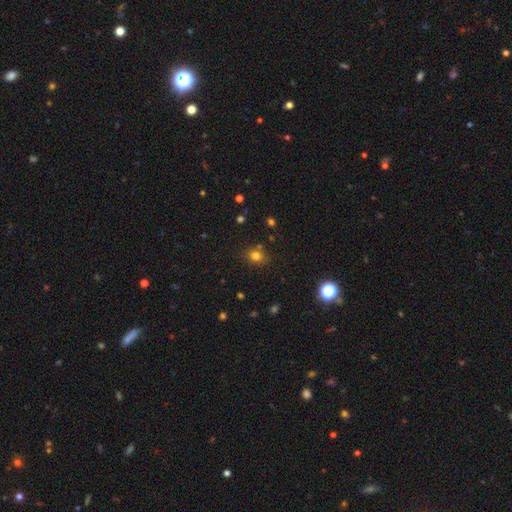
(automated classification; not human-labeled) Morphology: type=smooth (76%); roundness=round (58%); merging=none (80%).